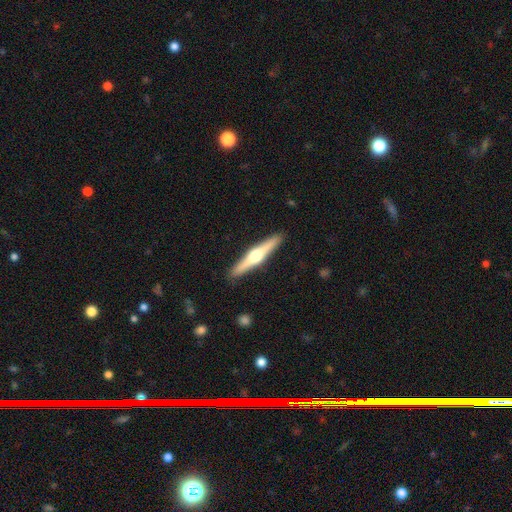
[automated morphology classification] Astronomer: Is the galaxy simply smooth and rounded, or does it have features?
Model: featured or disk — 68%.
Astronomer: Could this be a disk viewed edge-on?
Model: yes — 97%.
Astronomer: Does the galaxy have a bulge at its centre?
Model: rounded — 95%.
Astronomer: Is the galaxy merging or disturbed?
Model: none — 91%.